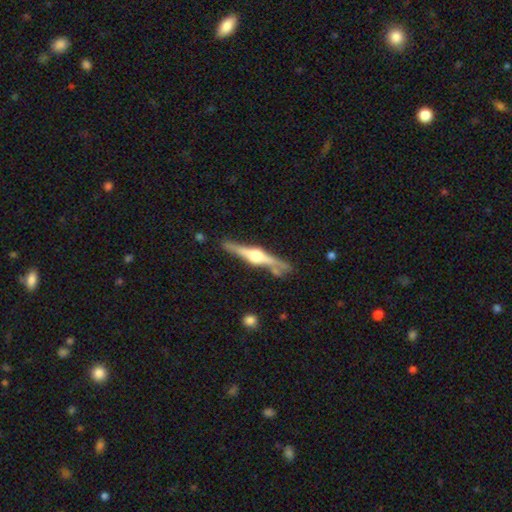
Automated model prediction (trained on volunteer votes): A featured or disk galaxy (82%) viewed edge-on (98%) with a rounded central bulge (93%).

Vote fractions:
- Smooth or featured? featured or disk: 82% / smooth: 13% / star or artifact: 5%
- Edge-on disk? yes: 98% / no: 2%
- Edge-on bulge? rounded: 93% / boxy: 5% / none: 2%
- Merging? none: 81% / minor disturbance: 11% / merger: 5% / major disturbance: 3%